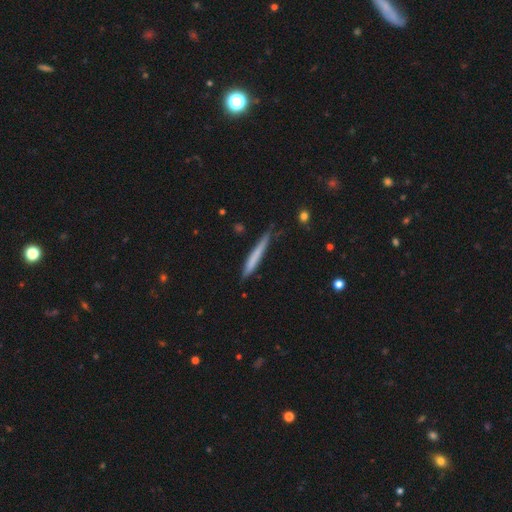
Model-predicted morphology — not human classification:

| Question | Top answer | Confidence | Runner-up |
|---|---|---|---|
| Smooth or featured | smooth | 65% | featured or disk (29%) |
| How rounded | cigar-shaped | 96% | in between (2%) |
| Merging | none | 80% | minor disturbance (16%) |